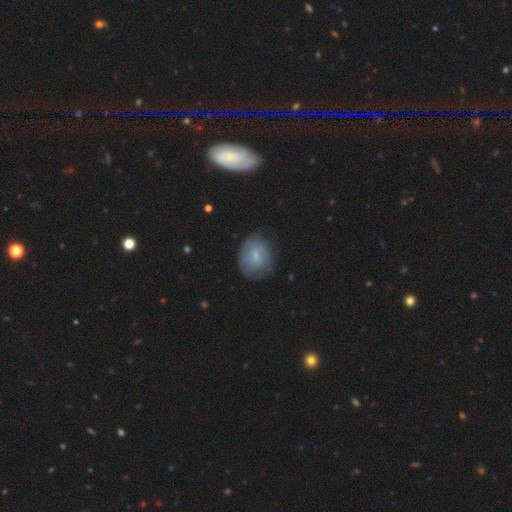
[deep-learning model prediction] Overall: smooth (61%; featured or disk 31%). How rounded: round (53%; in between 46%). Merging: none (70%).